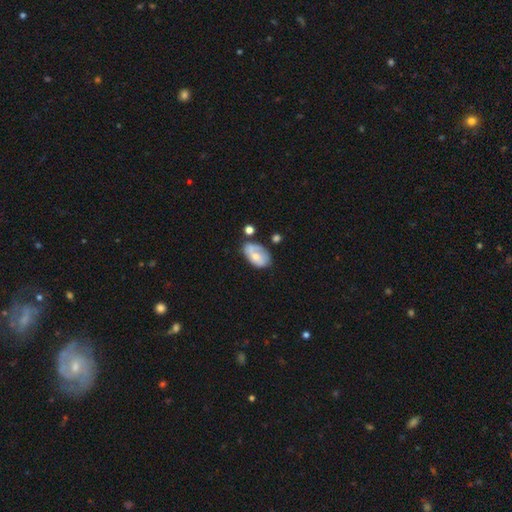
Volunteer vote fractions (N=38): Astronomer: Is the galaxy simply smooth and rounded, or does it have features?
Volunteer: smooth — 47% (runner-up: featured or disk, 45%).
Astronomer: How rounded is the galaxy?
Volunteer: in between — 83%.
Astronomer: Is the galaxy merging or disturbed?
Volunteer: none — 46% (runner-up: minor disturbance, 29%).